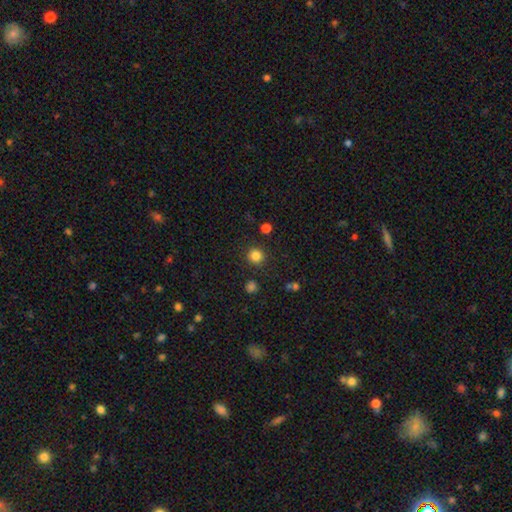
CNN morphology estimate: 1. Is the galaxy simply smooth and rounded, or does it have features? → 84% smooth, 13% star or artifact, 4% featured or disk.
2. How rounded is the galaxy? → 93% round, 6% in between, 1% cigar-shaped.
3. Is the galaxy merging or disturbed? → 89% none, 6% minor disturbance, 3% major disturbance, 2% merger.